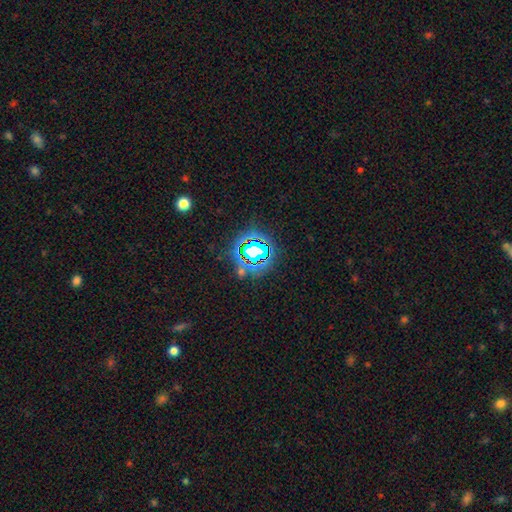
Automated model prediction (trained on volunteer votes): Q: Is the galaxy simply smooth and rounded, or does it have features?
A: star or artifact — 68%.